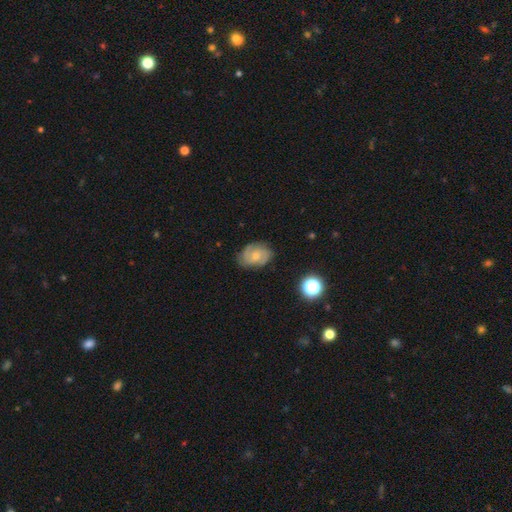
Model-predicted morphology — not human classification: smooth_or_featured: featured or disk (p=0.62) [alt: smooth p=0.29]
disk_edge_on: no (p=0.97) [alt: yes p=0.03]
bar: no (p=0.62) [alt: weak p=0.34]
has_spiral_arms: yes (p=0.91) [alt: no p=0.09]
spiral_winding: tight (p=0.44) [alt: medium p=0.43]
spiral_arm_count: 2 (p=0.53) [alt: can't tell p=0.22]
bulge_size: small (p=0.49) [alt: moderate p=0.42]
merging: none (p=0.75) [alt: minor disturbance p=0.19]